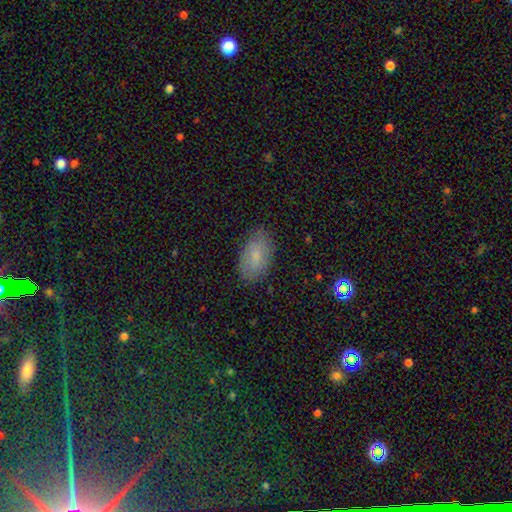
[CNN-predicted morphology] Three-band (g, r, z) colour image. It shows a smooth galaxy with no disk features (77%) that is in between round and cigar-shaped (93%). Merging: none (82%).